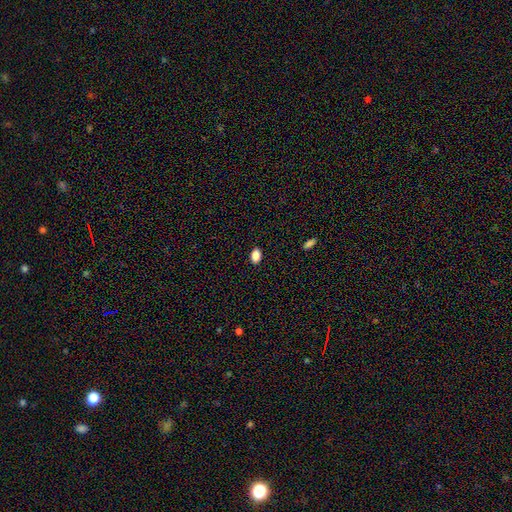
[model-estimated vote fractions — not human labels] The model was most divided on "how rounded": in between: 85%, round: 13%, cigar-shaped: 2%. More confident: merging — none (90%); smooth or featured — smooth (87%).